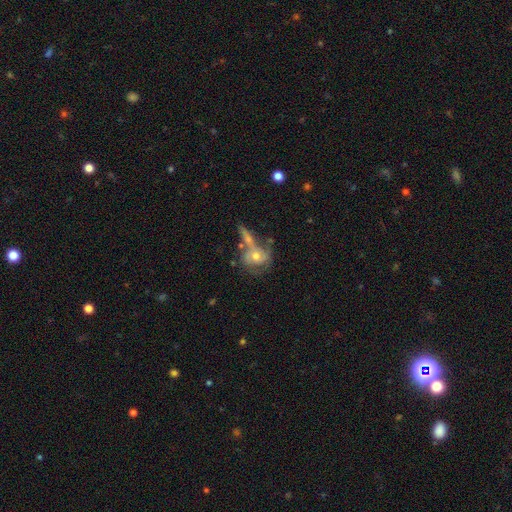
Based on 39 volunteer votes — featured or disk 85%, smooth 8%, star or artifact 8%. Down the decision tree: edge-on disk — no (79%); bar — no (73%); spiral arms — yes (81%); spiral arm count — can't tell (52%); spiral winding — medium (48%); bulge size — moderate (65%); merging — none (39%).